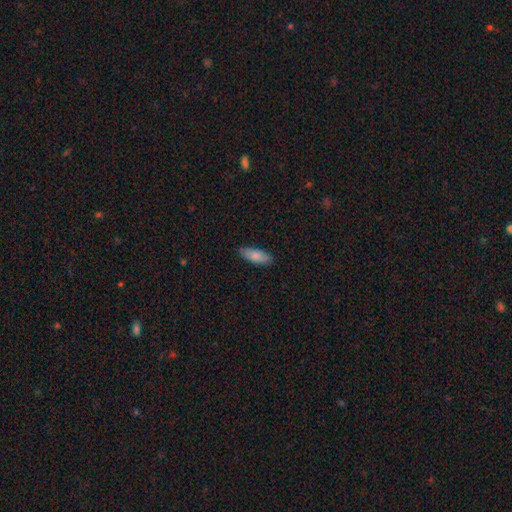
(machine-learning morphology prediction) Smooth or featured?
  - smooth: 85% *
  - featured or disk: 10%
  - star or artifact: 6%
How rounded?
  - in between: 71% *
  - cigar-shaped: 27%
  - round: 2%
Merging?
  - none: 86% *
  - minor disturbance: 11%
  - major disturbance: 2%
  - merger: 1%